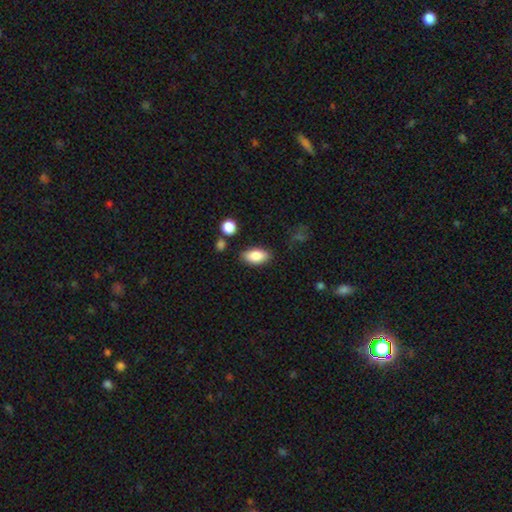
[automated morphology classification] Q: Smooth or featured?
A: smooth (86%); runner-up: featured or disk (7%)
Q: How rounded?
A: in between (92%); runner-up: round (4%)
Q: Merging?
A: none (83%); runner-up: minor disturbance (12%)